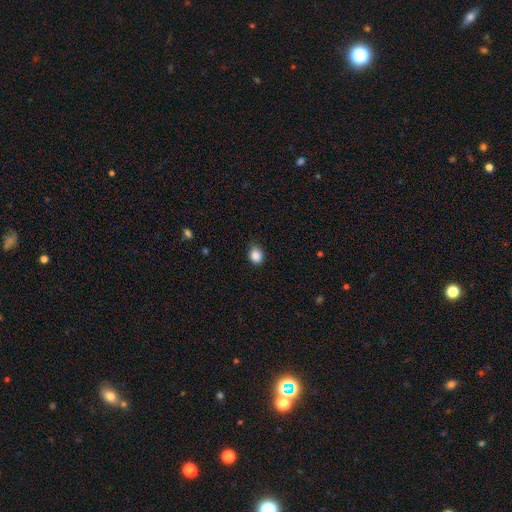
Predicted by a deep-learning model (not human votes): This appears to be a smooth galaxy with no disk features (87%) that is round (58%). Merging: none (80%).